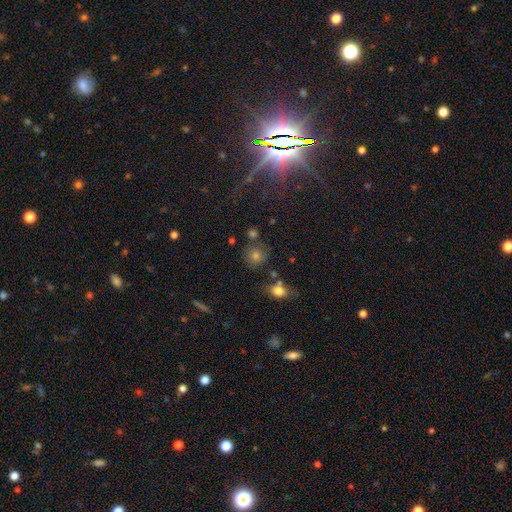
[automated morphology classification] This is likely a smooth galaxy (60%). How rounded: clearly round (89%). Merging: likely none (78%).